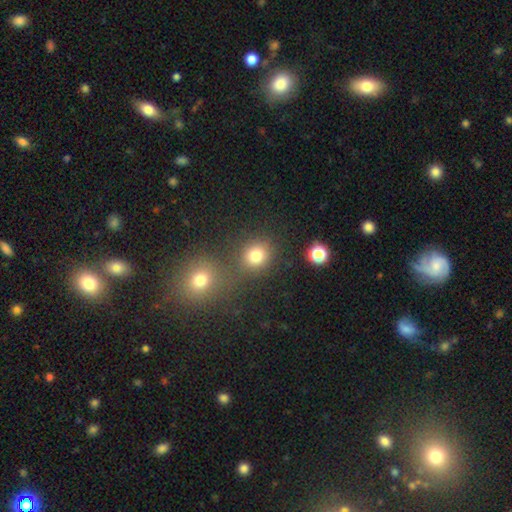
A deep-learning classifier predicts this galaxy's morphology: This is likely a smooth galaxy (77%). How rounded: clearly round (81%). Merging: likely none (69%).